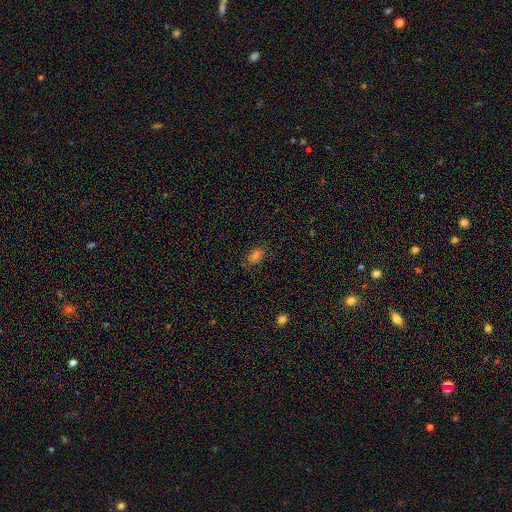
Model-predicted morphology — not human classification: Smooth or featured? smooth (68%)
How rounded? in between (83%)
Merging? none (79%)